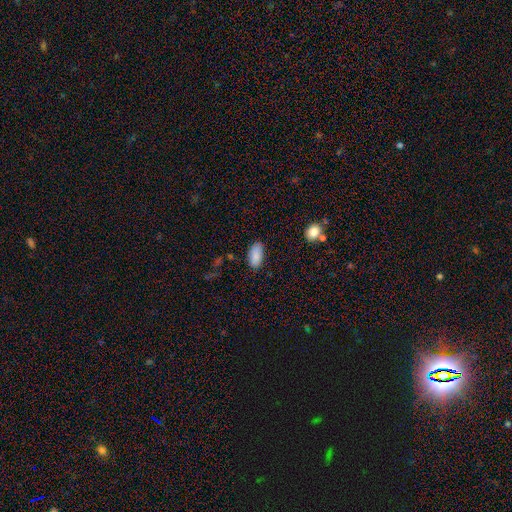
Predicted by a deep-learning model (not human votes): Morphology: type=smooth (88%); roundness=in between (92%); merging=none (81%).